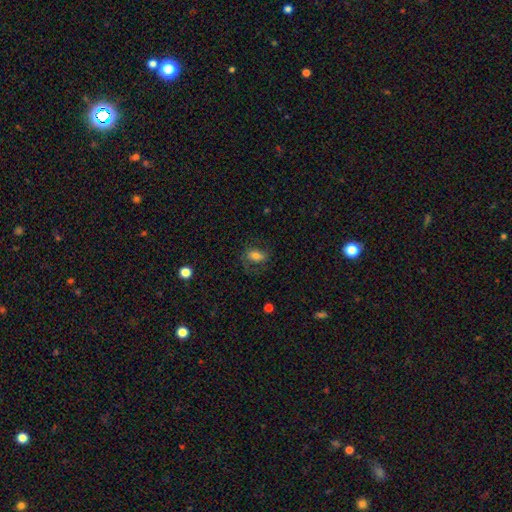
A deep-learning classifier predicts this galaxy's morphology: The model was most divided on "smooth or featured": smooth: 64%, featured or disk: 26%, star or artifact: 10%. More confident: how rounded — in between (80%); merging — none (63%).